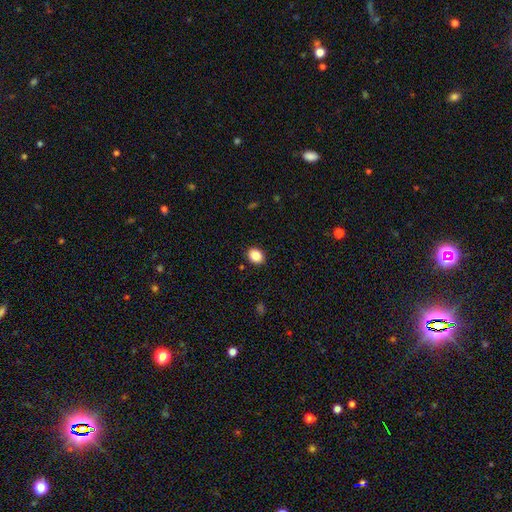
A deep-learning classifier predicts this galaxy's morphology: Q: Smooth or featured?
A: smooth (87%); runner-up: star or artifact (9%)
Q: How rounded?
A: round (50%); runner-up: in between (49%)
Q: Merging?
A: none (90%); runner-up: minor disturbance (7%)